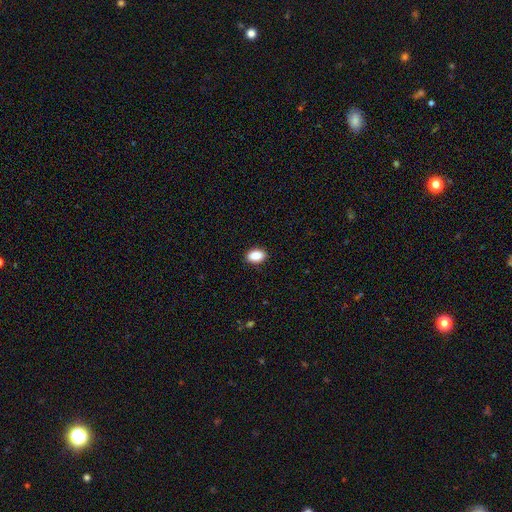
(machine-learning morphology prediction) A smooth galaxy with no disk features (89%) that is in between round and cigar-shaped (89%).

Vote fractions:
- Smooth or featured? smooth: 89% / star or artifact: 8% / featured or disk: 3%
- How rounded? in between: 89% / round: 10% / cigar-shaped: 2%
- Merging? none: 90% / minor disturbance: 7% / major disturbance: 2% / merger: 1%